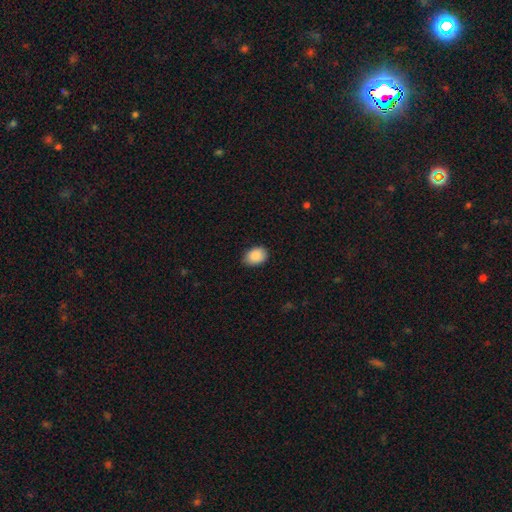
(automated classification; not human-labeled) Smooth or featured: smooth — 90% (star or artifact — 7%)
How rounded: in between — 78% (round — 21%)
Merging: none — 81% (minor disturbance — 16%)